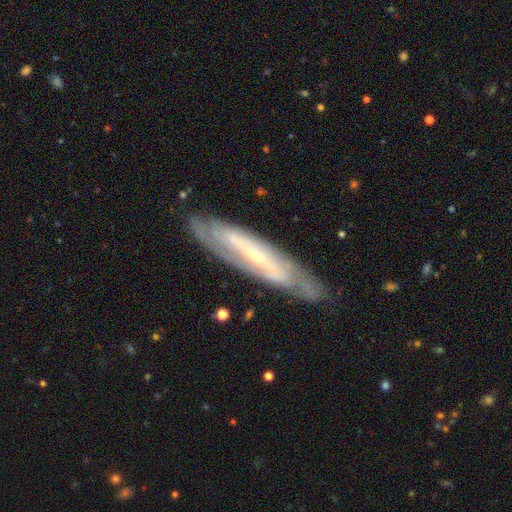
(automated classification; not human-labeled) Q: Smooth or featured?
A: featured or disk (82%); runner-up: smooth (13%)
Q: Edge-on disk?
A: no (65%); runner-up: yes (35%)
Q: Bar?
A: strong (35%); runner-up: no (34%)
Q: Spiral arms?
A: yes (88%); runner-up: no (12%)
Q: Bulge size?
A: small (79%); runner-up: moderate (17%)
Q: Merging?
A: none (82%); runner-up: minor disturbance (14%)